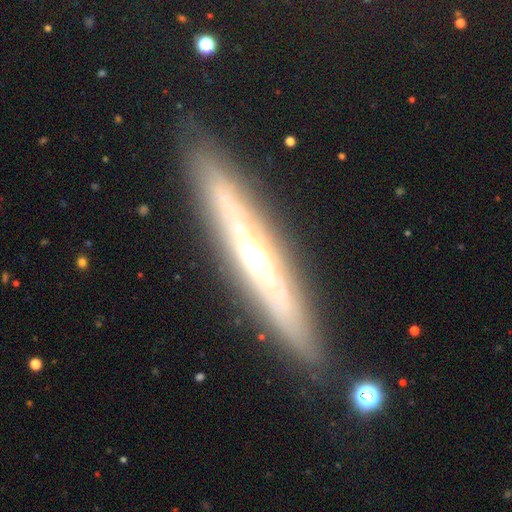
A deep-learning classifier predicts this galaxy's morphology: smooth_or_featured: featured or disk (p=0.75) [alt: smooth p=0.17]
disk_edge_on: yes (p=0.85) [alt: no p=0.15]
edge_on_bulge: rounded (p=0.78) [alt: none p=0.17]
merging: none (p=0.86) [alt: minor disturbance p=0.09]